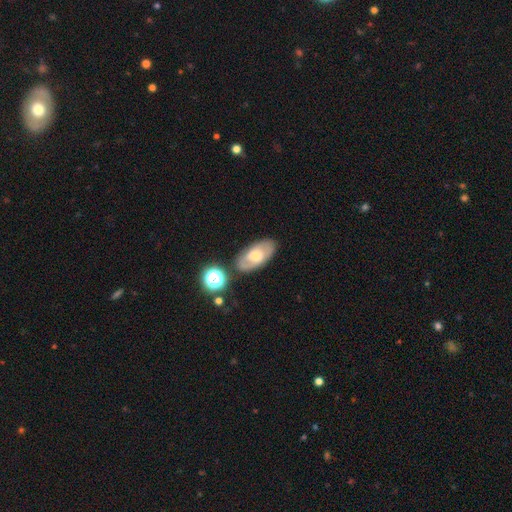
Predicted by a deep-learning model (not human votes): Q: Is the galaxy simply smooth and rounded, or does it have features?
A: smooth — 49%.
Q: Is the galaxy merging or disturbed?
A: none — 76%.